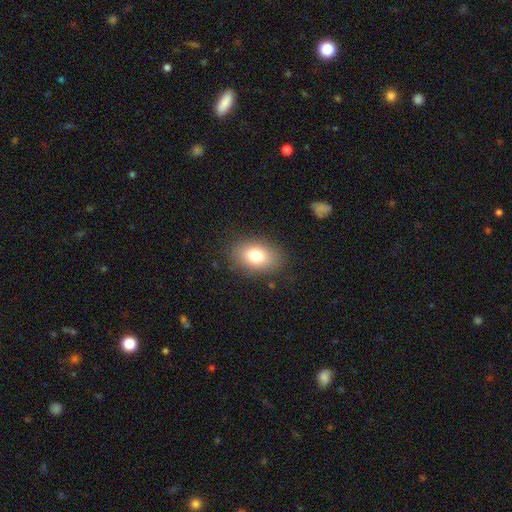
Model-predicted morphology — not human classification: The model was most divided on "smooth or featured": smooth: 77%, featured or disk: 13%, star or artifact: 10%. More confident: merging — none (85%); how rounded — in between (82%).